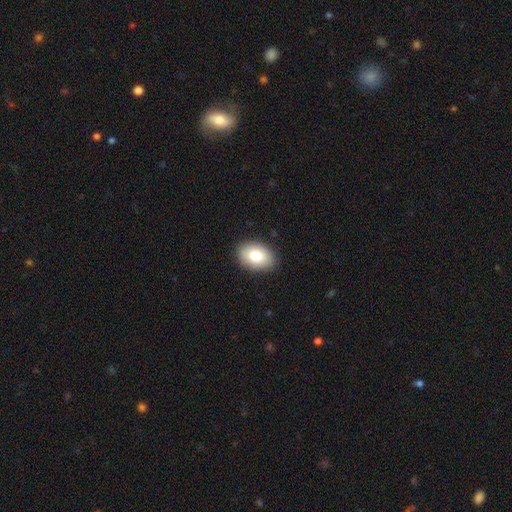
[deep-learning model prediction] Overall: smooth (83%). How rounded: in between (87%). Merging: none (87%).